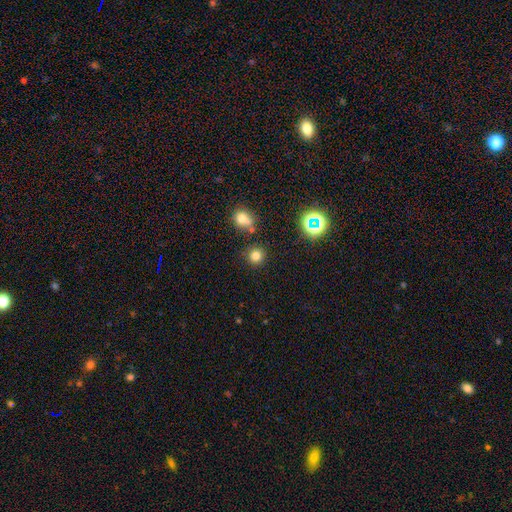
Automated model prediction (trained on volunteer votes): smooth 77%, star or artifact 17%, featured or disk 6%. Down the decision tree: how rounded — round (92%); merging — none (82%).